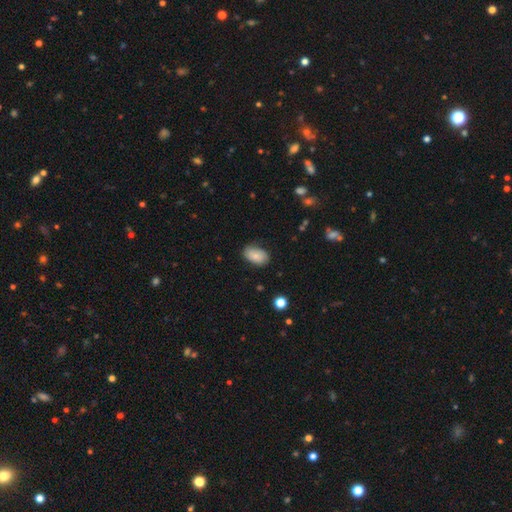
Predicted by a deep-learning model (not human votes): Q: Smooth or featured?
A: smooth (82%); runner-up: featured or disk (11%)
Q: How rounded?
A: in between (92%); runner-up: round (7%)
Q: Merging?
A: none (79%); runner-up: minor disturbance (17%)